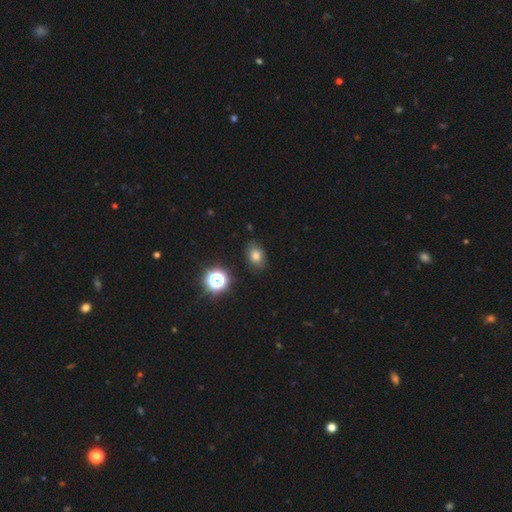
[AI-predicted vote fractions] smooth 76%, star or artifact 15%, featured or disk 9%. Down the decision tree: how rounded — in between (69%); merging — none (81%).